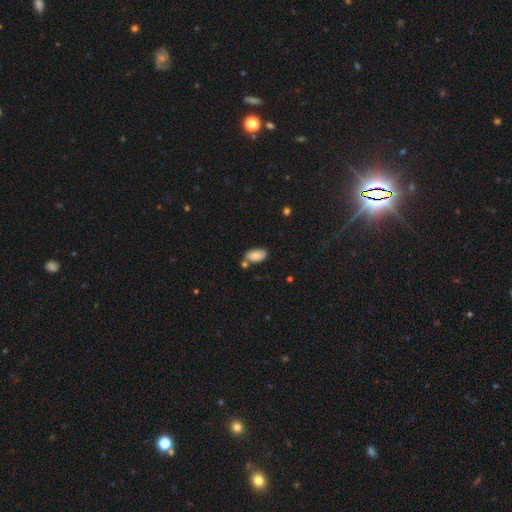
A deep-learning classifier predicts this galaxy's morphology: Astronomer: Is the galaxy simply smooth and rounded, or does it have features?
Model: smooth — 80%.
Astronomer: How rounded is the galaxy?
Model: in between — 94%.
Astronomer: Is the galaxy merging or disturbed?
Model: none — 70%.